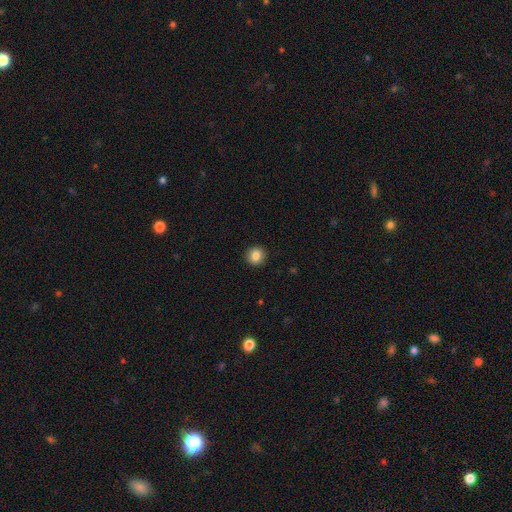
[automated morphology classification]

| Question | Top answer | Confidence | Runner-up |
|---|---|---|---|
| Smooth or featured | smooth | 85% | star or artifact (9%) |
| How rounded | round | 90% | in between (9%) |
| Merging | none | 92% | minor disturbance (5%) |